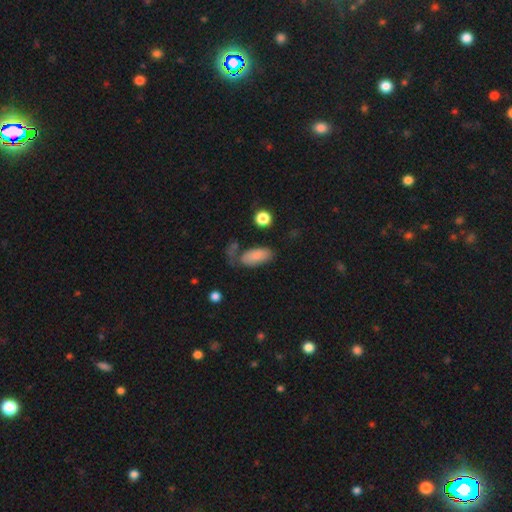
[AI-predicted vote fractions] A smooth galaxy with no disk features (81%) that is in between round and cigar-shaped (91%).

Vote fractions:
- Smooth or featured? smooth: 81% / featured or disk: 11% / star or artifact: 8%
- How rounded? in between: 91% / cigar-shaped: 6% / round: 3%
- Merging? none: 50% / minor disturbance: 24% / major disturbance: 16% / merger: 10%